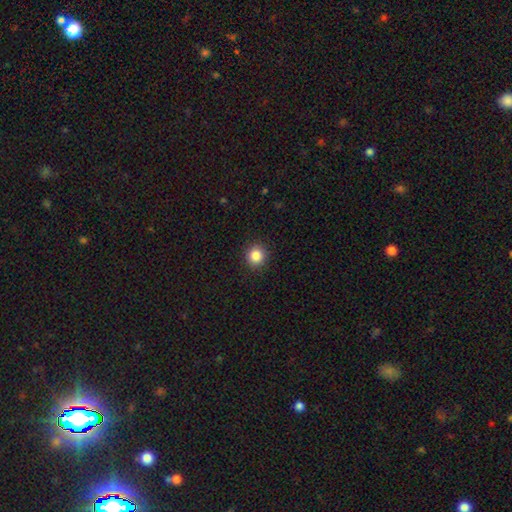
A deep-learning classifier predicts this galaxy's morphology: Smooth or featured?
  - smooth: 86% *
  - star or artifact: 10%
  - featured or disk: 4%
How rounded?
  - round: 91% *
  - in between: 8%
  - cigar-shaped: 1%
Merging?
  - none: 91% *
  - minor disturbance: 6%
  - major disturbance: 2%
  - merger: 1%